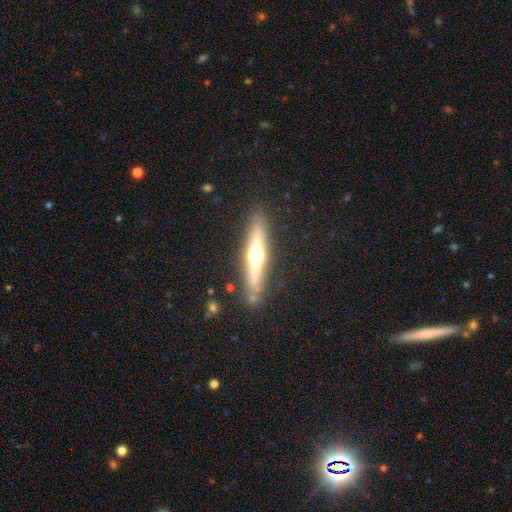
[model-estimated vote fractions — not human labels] A featured or disk galaxy (61%) viewed edge-on (93%) with a rounded central bulge (94%).

Vote fractions:
- Smooth or featured? featured or disk: 61% / smooth: 31% / star or artifact: 8%
- Edge-on disk? yes: 93% / no: 7%
- Edge-on bulge? rounded: 94% / none: 3% / boxy: 3%
- Merging? none: 84% / minor disturbance: 10% / major disturbance: 3% / merger: 3%